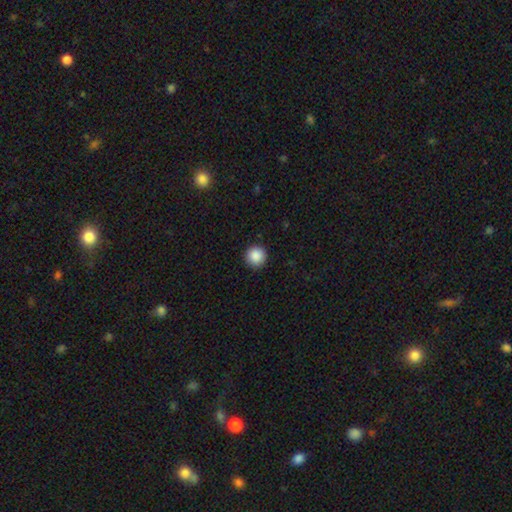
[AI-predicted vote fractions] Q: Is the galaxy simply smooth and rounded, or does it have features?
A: smooth — 88%.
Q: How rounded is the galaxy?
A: round — 95%.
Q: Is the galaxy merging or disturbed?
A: none — 92%.